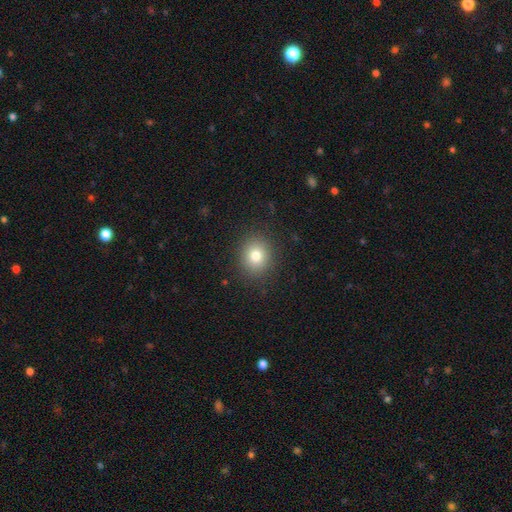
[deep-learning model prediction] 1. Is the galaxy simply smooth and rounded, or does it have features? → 79% smooth, 12% star or artifact, 9% featured or disk.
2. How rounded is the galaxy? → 76% round, 23% in between, 1% cigar-shaped.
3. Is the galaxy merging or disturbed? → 89% none, 7% minor disturbance, 3% major disturbance, 1% merger.